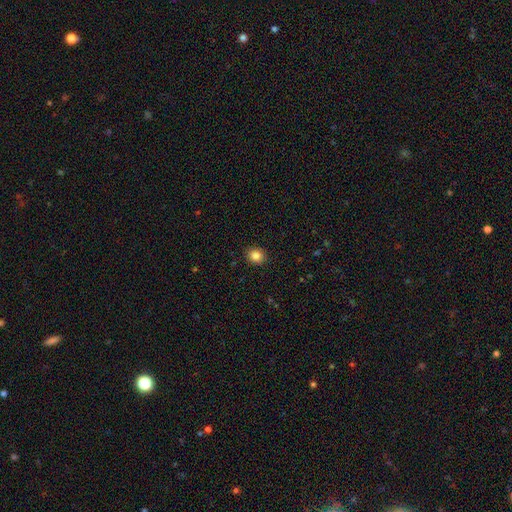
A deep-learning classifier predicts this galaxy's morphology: Smooth or featured? smooth (85%)
How rounded? round (75%)
Merging? none (91%)